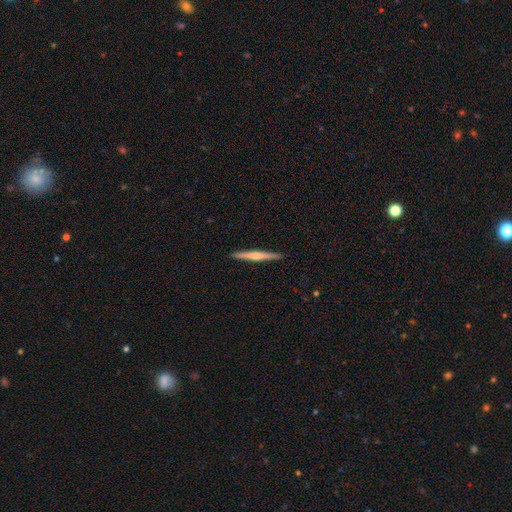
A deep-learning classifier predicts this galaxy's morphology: A featured or disk galaxy (59%) viewed edge-on (98%) with a rounded central bulge (66%).

Vote fractions:
- Smooth or featured? featured or disk: 59% / smooth: 36% / star or artifact: 5%
- Edge-on disk? yes: 98% / no: 2%
- Edge-on bulge? rounded: 66% / none: 21% / boxy: 13%
- Merging? none: 91% / minor disturbance: 6% / major disturbance: 1% / merger: 1%